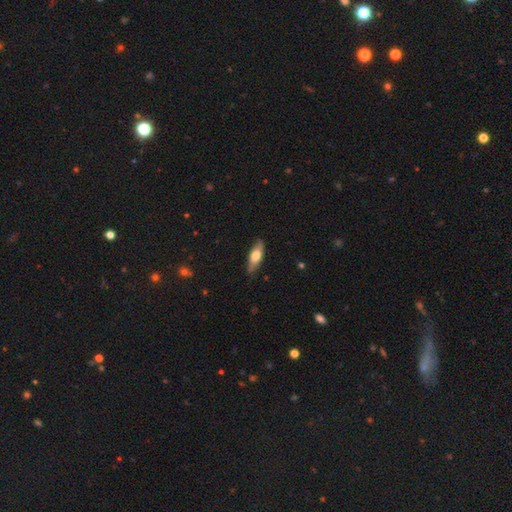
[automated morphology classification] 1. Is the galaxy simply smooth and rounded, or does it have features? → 60% smooth, 35% featured or disk, 5% star or artifact.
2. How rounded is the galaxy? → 58% in between, 40% cigar-shaped, 2% round.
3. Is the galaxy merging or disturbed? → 82% none, 14% minor disturbance, 2% major disturbance, 1% merger.